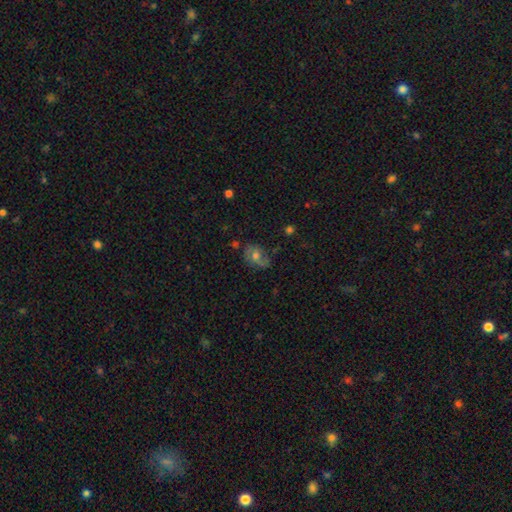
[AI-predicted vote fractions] smooth-or-featured: featured or disk: 45% | smooth: 43% | star or artifact: 12%
  merging: none: 61% | minor disturbance: 26% | major disturbance: 11% | merger: 3%